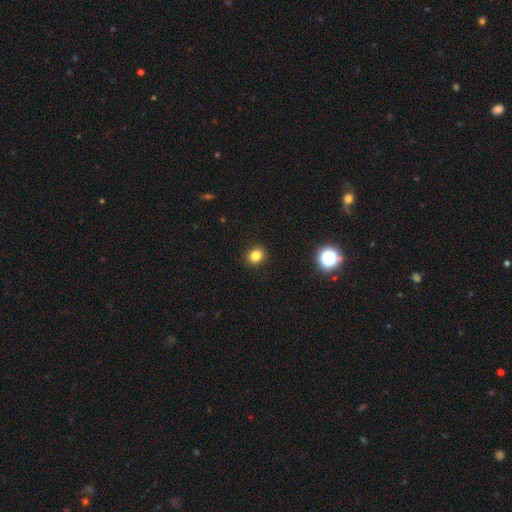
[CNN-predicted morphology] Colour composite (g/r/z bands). It shows a smooth galaxy with no disk features (82%) that is round (73%). Merging: none (92%).